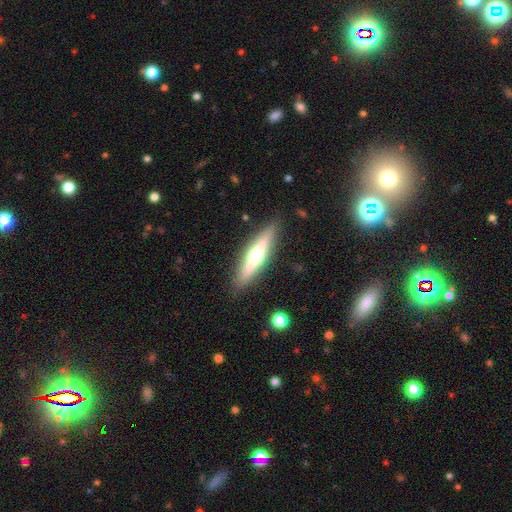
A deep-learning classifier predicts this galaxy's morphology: Smooth or featured? Predicted: featured or disk (p=0.58). Edge-on disk? Predicted: yes (p=0.92). Edge-on bulge? Predicted: rounded (p=0.92). Merging? Predicted: none (p=0.88).